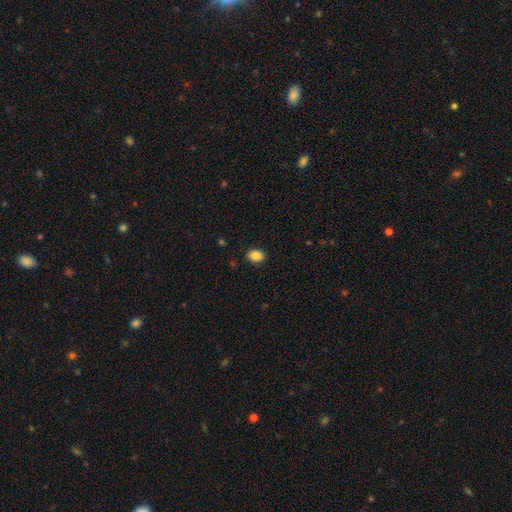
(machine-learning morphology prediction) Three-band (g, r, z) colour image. It shows a smooth galaxy with no disk features (86%) that is in between round and cigar-shaped (64%). Merging: none (89%).